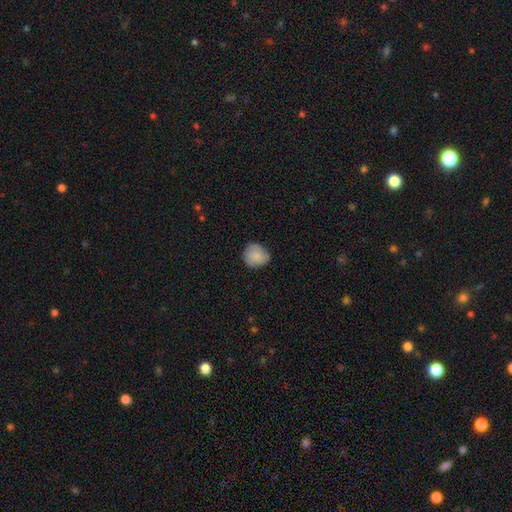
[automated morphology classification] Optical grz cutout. It shows a smooth galaxy with no disk features (81%) that is round (84%). Merging: none (75%).